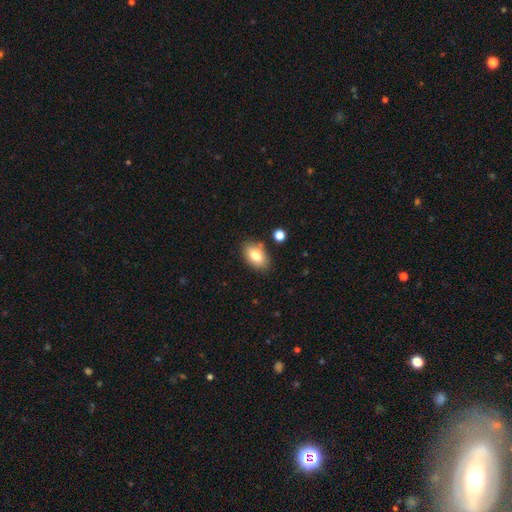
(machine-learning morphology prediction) A smooth galaxy with no disk features (80%) that is in between round and cigar-shaped (90%).

Vote fractions:
- Smooth or featured? smooth: 80% / featured or disk: 12% / star or artifact: 8%
- How rounded? in between: 90% / round: 8% / cigar-shaped: 2%
- Merging? none: 79% / minor disturbance: 13% / merger: 6% / major disturbance: 3%